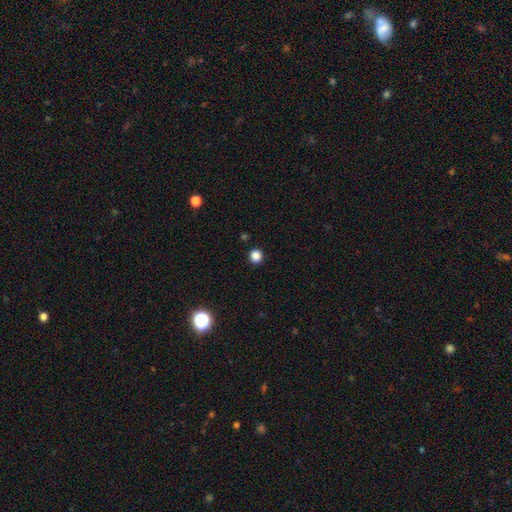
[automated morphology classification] Smooth or featured? smooth (85%)
How rounded? round (91%)
Merging? none (92%)